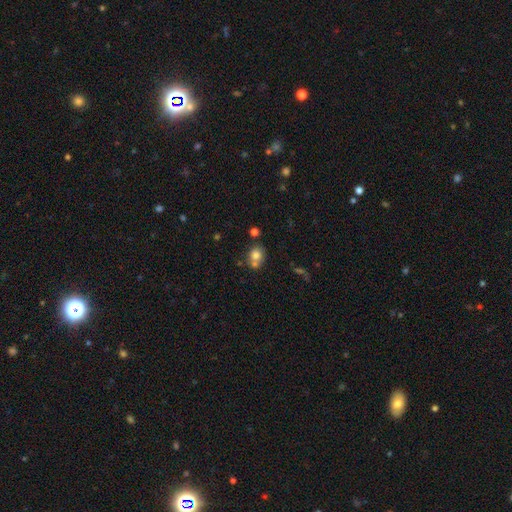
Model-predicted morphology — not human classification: A smooth galaxy with no disk features (76%) that is round (68%). Merging: none (52%).